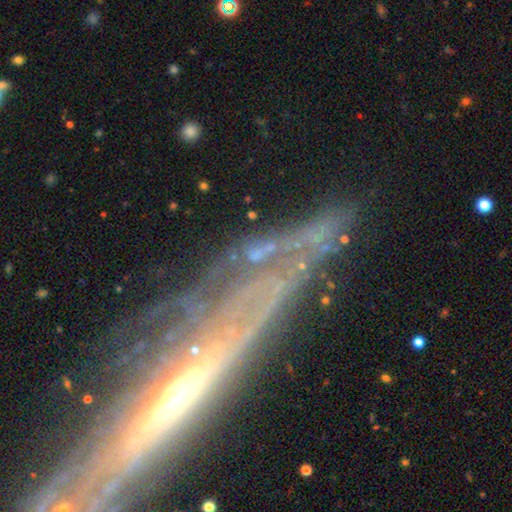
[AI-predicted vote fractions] smooth-or-featured: featured or disk: 48% | star or artifact: 35% | smooth: 17%
  merging: none: 64% | minor disturbance: 17% | major disturbance: 12% | merger: 7%